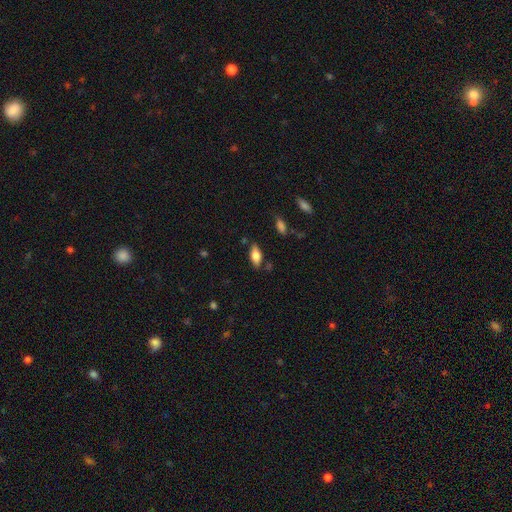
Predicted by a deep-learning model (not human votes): The model was most divided on "smooth or featured": smooth: 74%, featured or disk: 19%, star or artifact: 7%. More confident: how rounded — in between (85%); merging — none (80%).